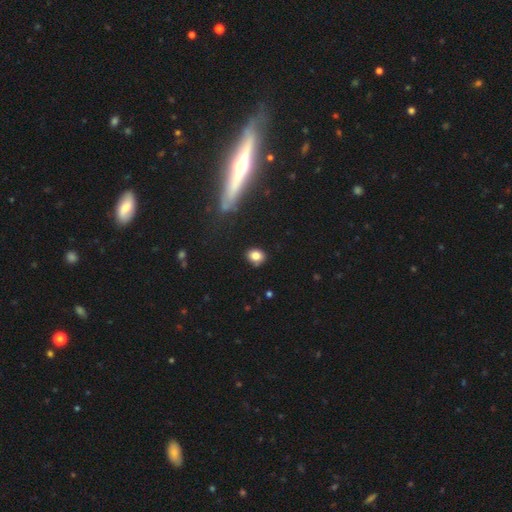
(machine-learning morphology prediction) Overall: smooth (82%). How rounded: round (51%; in between 48%). Merging: none (79%).